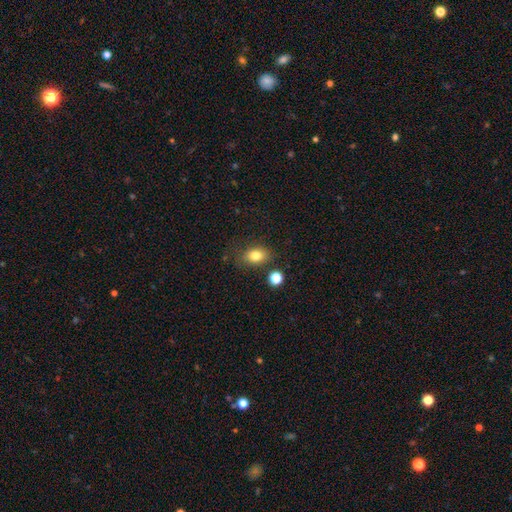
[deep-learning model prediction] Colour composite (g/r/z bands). It shows a smooth galaxy with no disk features (81%) that is in between round and cigar-shaped (71%). Merging: none (75%).